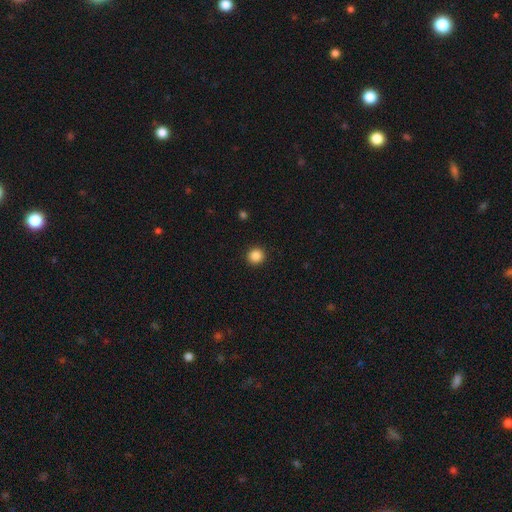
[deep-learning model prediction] smooth 86%, star or artifact 10%, featured or disk 3%. Down the decision tree: how rounded — round (94%); merging — none (93%).